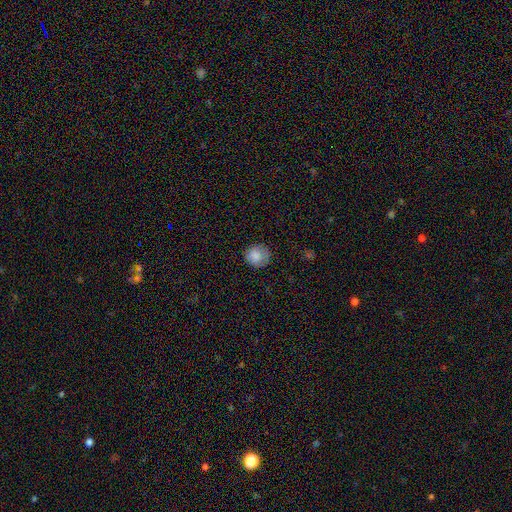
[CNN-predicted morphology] This appears to be a smooth galaxy with no disk features (85%) that is round (88%). Merging: none (81%).